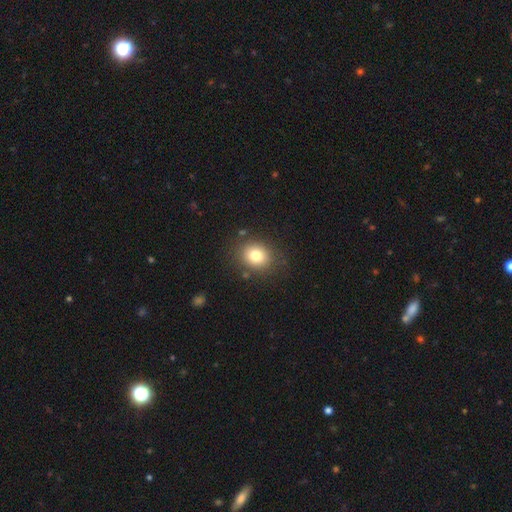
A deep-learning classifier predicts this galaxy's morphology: Overall: smooth (78%). How rounded: round (64%; in between 35%). Merging: none (83%).